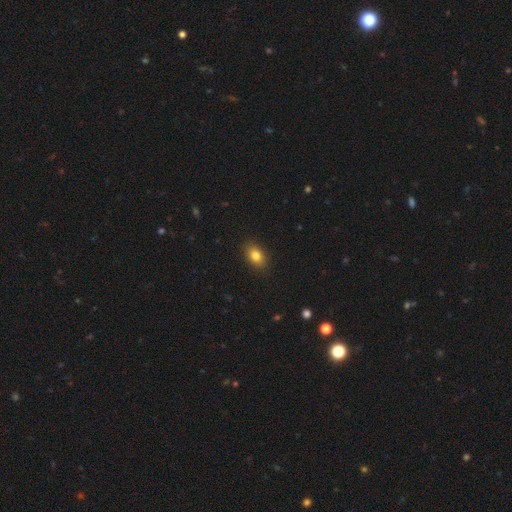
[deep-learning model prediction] smooth 82%, star or artifact 10%, featured or disk 8%. Down the decision tree: how rounded — in between (79%); merging — none (89%).